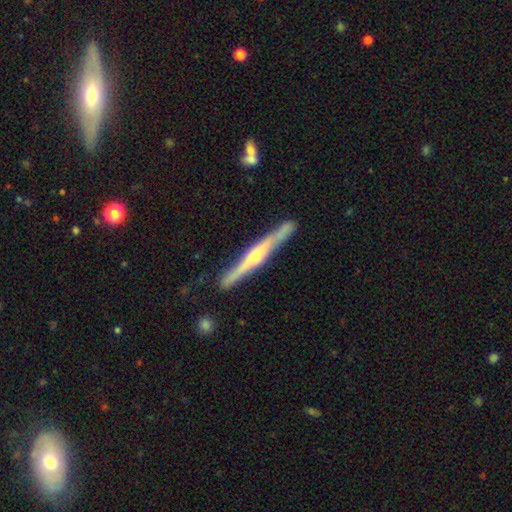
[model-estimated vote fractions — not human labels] Overall: featured or disk (80%). Edge-on disk: yes (97%). Edge-on bulge: rounded (84%). Merging: none (87%).